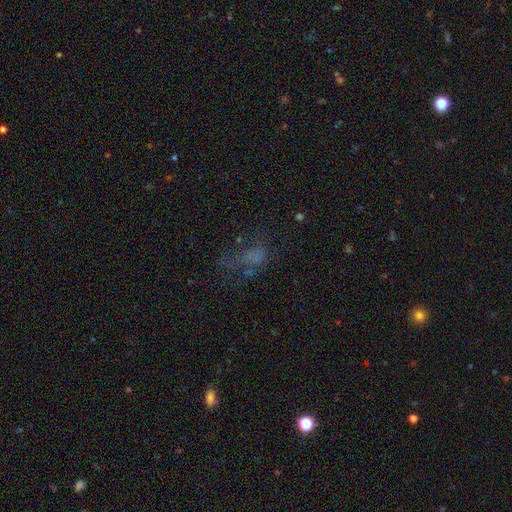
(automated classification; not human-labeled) Morphology: type=smooth (41%); merging=major disturbance (38%, tied with none).